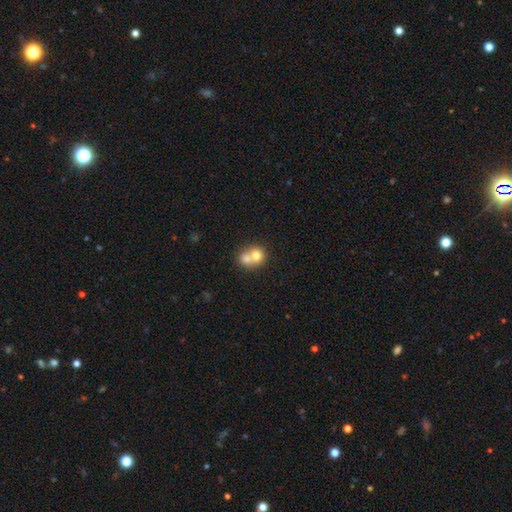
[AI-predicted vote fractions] Smooth or featured?
  - smooth: 71% *
  - featured or disk: 20%
  - star or artifact: 9%
How rounded?
  - round: 73% *
  - in between: 26%
  - cigar-shaped: 1%
Merging?
  - merger: 69% *
  - none: 24%
  - minor disturbance: 5%
  - major disturbance: 2%